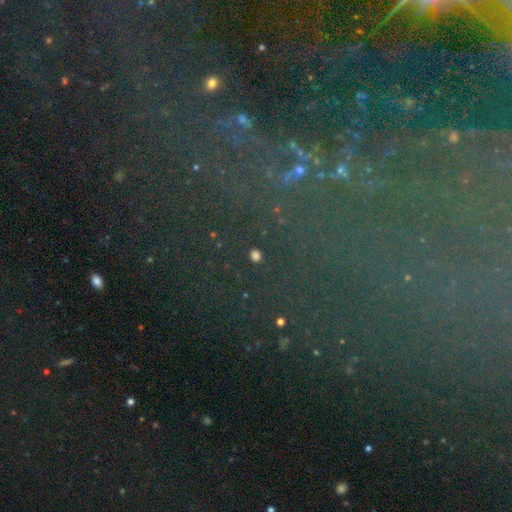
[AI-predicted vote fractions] Smooth or featured? Predicted: smooth (p=0.55). How rounded? Predicted: round (p=0.69). Merging? Predicted: none (p=0.85).